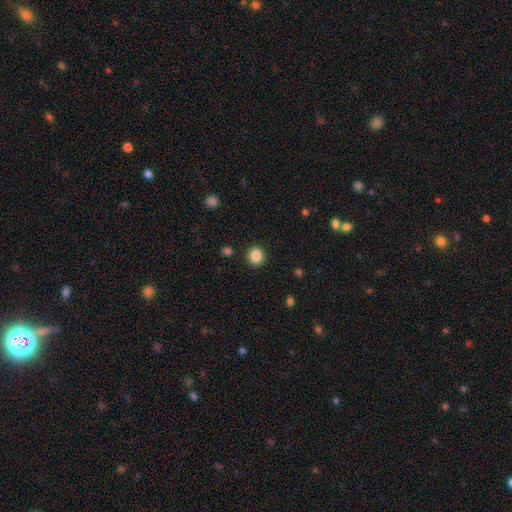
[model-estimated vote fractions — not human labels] A smooth galaxy with no disk features (87%) that is round (79%). Merging: none (90%).